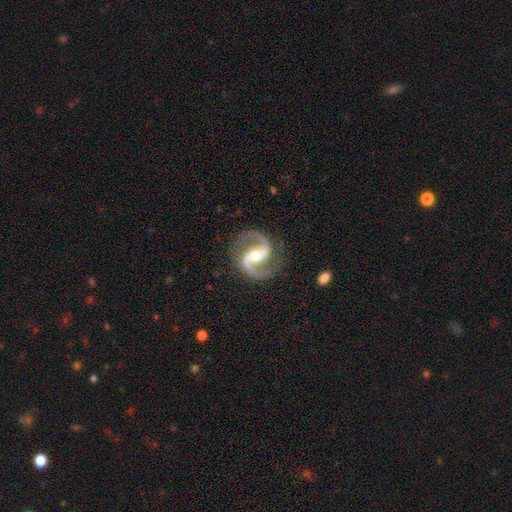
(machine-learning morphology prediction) Q: Smooth or featured?
A: featured or disk (94%); runner-up: star or artifact (4%)
Q: Edge-on disk?
A: no (98%); runner-up: yes (2%)
Q: Bar?
A: strong (39%); runner-up: weak (35%)
Q: Spiral arms?
A: yes (99%); runner-up: no (1%)
Q: Spiral winding?
A: medium (67%); runner-up: loose (18%)
Q: Spiral arm count?
A: 2 (95%); runner-up: 1 (1%)
Q: Bulge size?
A: moderate (67%); runner-up: small (27%)
Q: Merging?
A: none (85%); runner-up: minor disturbance (10%)